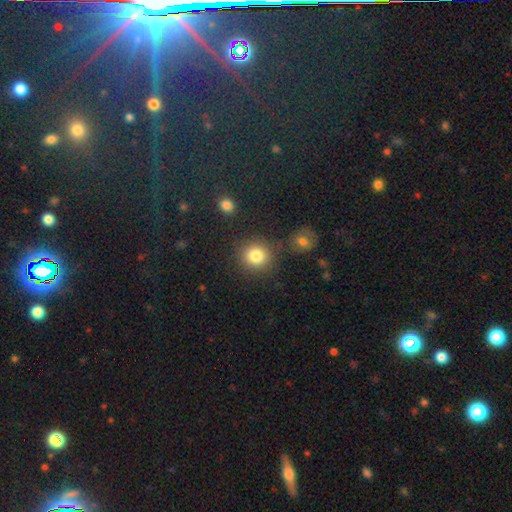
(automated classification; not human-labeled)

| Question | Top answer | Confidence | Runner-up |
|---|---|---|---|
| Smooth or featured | smooth | 83% | star or artifact (10%) |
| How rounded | round | 86% | in between (13%) |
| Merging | none | 79% | minor disturbance (9%) |